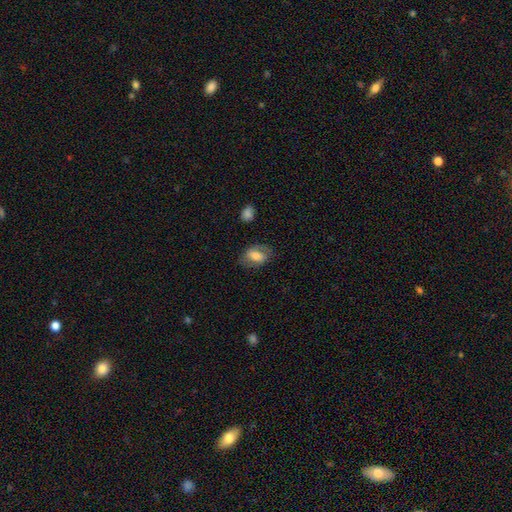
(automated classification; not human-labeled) smooth 66%, featured or disk 26%, star or artifact 8%. Down the decision tree: how rounded — in between (84%); merging — none (71%).